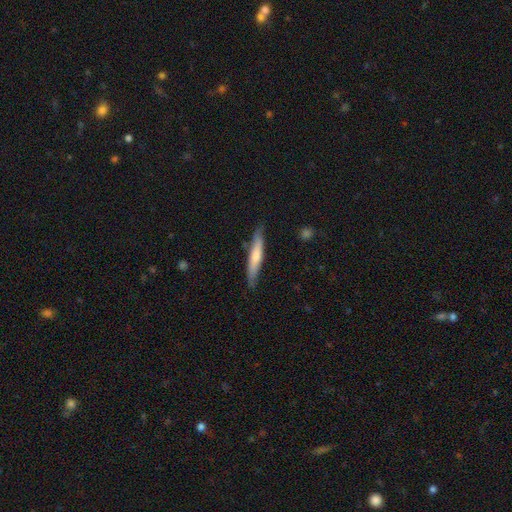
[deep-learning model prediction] This is possibly a smooth galaxy (58%). How rounded: clearly cigar-shaped (90%). Merging: likely none (79%).